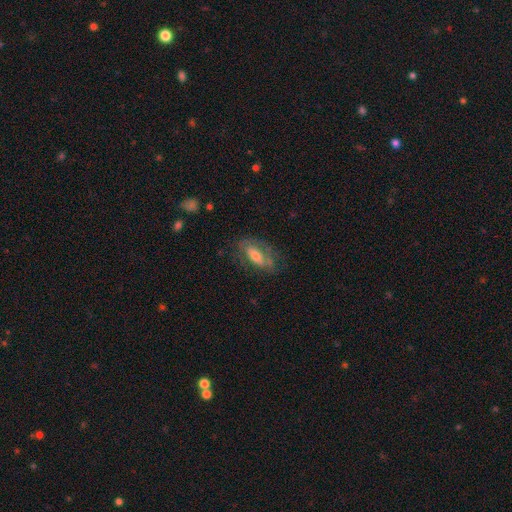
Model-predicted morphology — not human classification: The model was most divided on "smooth or featured": featured or disk: 49%, smooth: 43%, star or artifact: 8%. More confident: merging — none (62%).